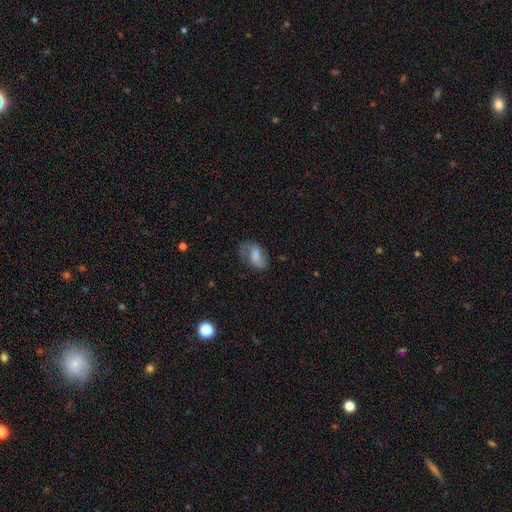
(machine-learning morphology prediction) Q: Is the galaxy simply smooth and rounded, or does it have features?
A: smooth — 55%.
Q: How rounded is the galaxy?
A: in between — 88%.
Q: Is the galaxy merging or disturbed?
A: none — 49%.